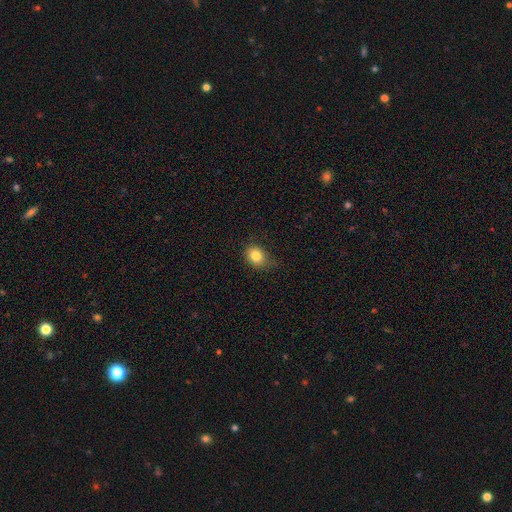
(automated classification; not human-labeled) This appears to be a smooth galaxy with no disk features (83%) that is round (51%). Merging: none (71%).